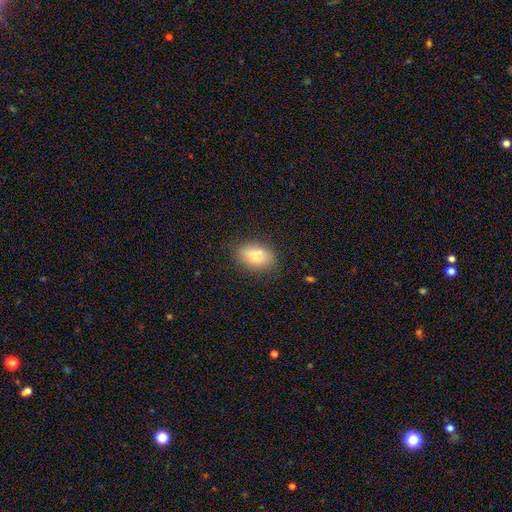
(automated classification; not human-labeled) Overall: smooth (69%). How rounded: in between (82%). Merging: none (66%).